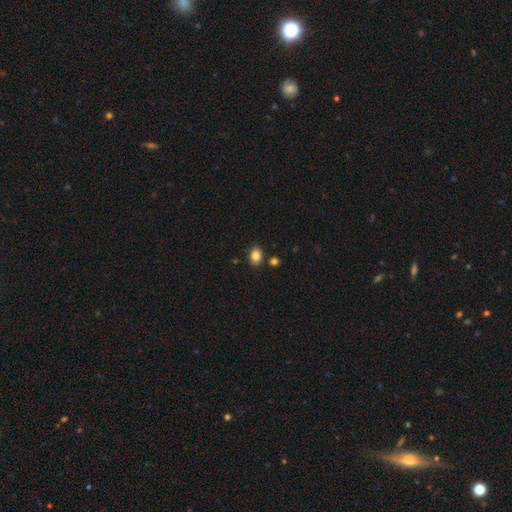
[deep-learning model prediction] This is clearly a smooth galaxy (85%). How rounded: likely in between (65%). Merging: clearly none (84%).